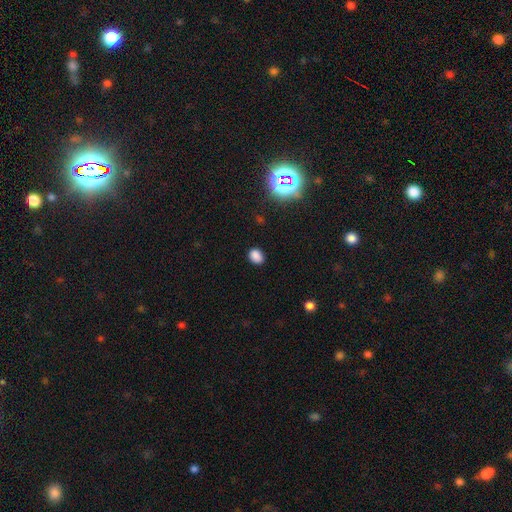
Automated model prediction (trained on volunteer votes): Smooth or featured?
  - smooth: 83% *
  - star or artifact: 13%
  - featured or disk: 4%
How rounded?
  - in between: 62% *
  - round: 37%
  - cigar-shaped: 1%
Merging?
  - none: 84% *
  - minor disturbance: 12%
  - major disturbance: 3%
  - merger: 1%